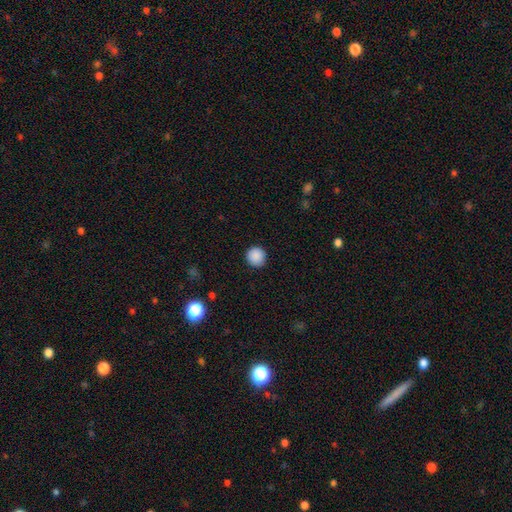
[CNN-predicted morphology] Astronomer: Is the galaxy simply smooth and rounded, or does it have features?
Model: smooth — 89%.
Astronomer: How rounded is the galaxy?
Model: round — 95%.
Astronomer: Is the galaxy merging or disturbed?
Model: none — 91%.